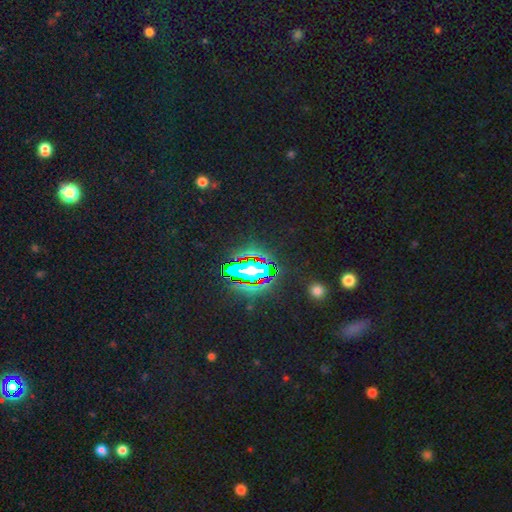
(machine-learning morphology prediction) Smooth or featured: star or artifact — 79% (smooth — 13%)